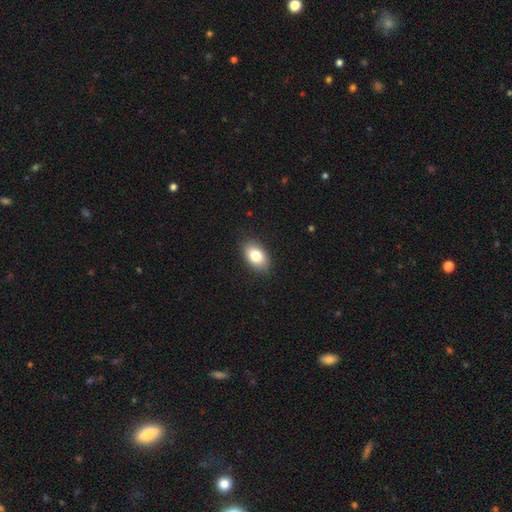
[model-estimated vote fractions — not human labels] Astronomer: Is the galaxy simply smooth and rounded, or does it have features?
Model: smooth — 81%.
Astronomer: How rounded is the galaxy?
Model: in between — 90%.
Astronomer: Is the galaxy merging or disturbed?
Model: none — 87%.